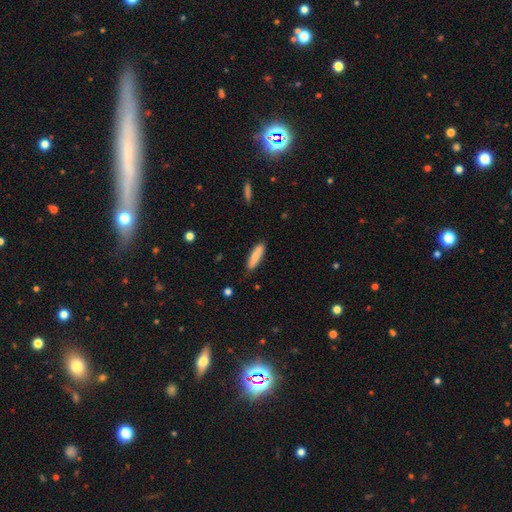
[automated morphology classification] A smooth galaxy with no disk features (82%) that is cigar-shaped (70%).

Vote fractions:
- Smooth or featured? smooth: 82% / featured or disk: 12% / star or artifact: 6%
- How rounded? cigar-shaped: 70% / in between: 29% / round: 2%
- Merging? none: 85% / minor disturbance: 12% / major disturbance: 2% / merger: 1%